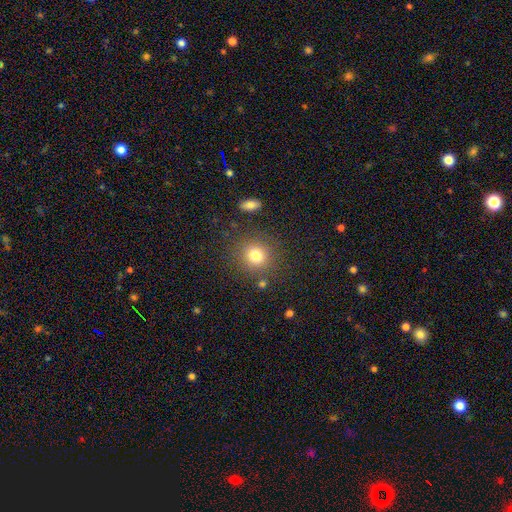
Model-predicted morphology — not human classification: A smooth galaxy with no disk features (80%) that is round (90%). Merging: none (84%).